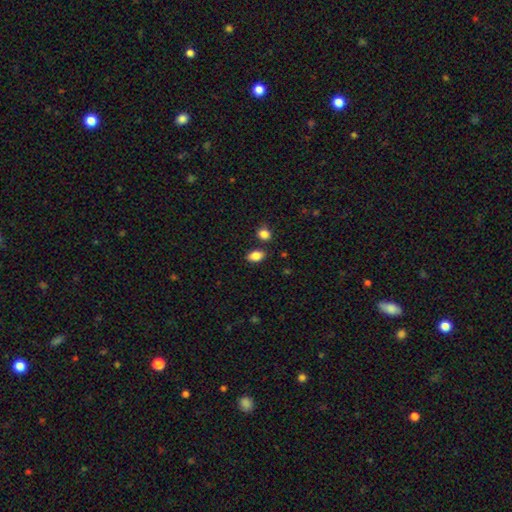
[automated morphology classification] Smooth or featured? Predicted: smooth (p=0.86). How rounded? Predicted: in between (p=0.87). Merging? Predicted: none (p=0.80).